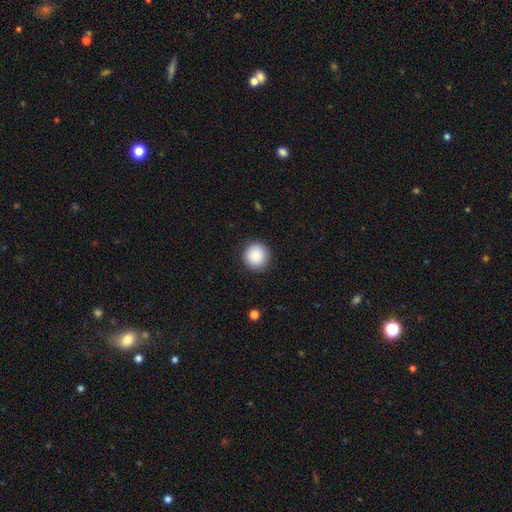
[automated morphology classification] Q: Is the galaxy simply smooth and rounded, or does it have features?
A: smooth — 87%.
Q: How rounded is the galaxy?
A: round — 95%.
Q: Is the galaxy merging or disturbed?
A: none — 91%.